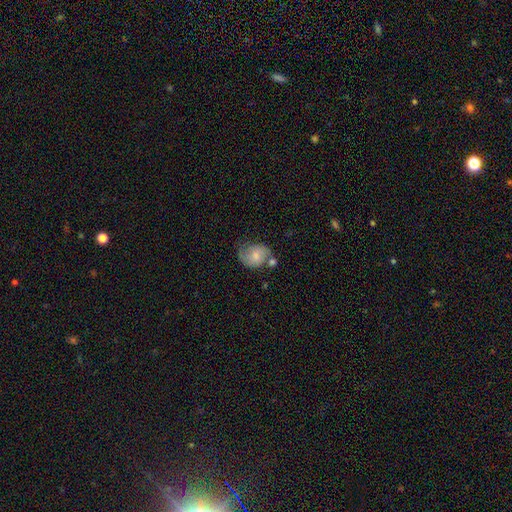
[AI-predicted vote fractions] A smooth galaxy with no disk features (51%) that is in between round and cigar-shaped (51%). Merging: none (44%).